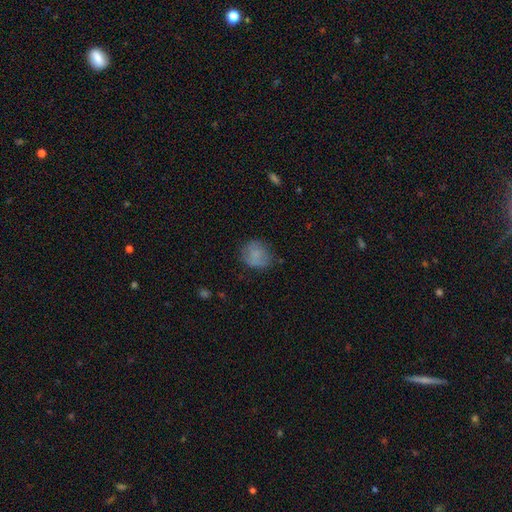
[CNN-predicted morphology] Smooth or featured? Predicted: smooth (p=0.75). How rounded? Predicted: round (p=0.69). Merging? Predicted: none (p=0.65).